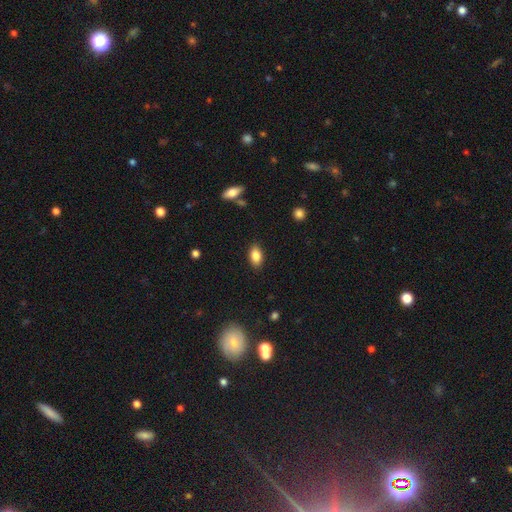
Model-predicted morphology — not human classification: smooth 84%, star or artifact 8%, featured or disk 8%. Down the decision tree: how rounded — in between (89%); merging — none (87%).